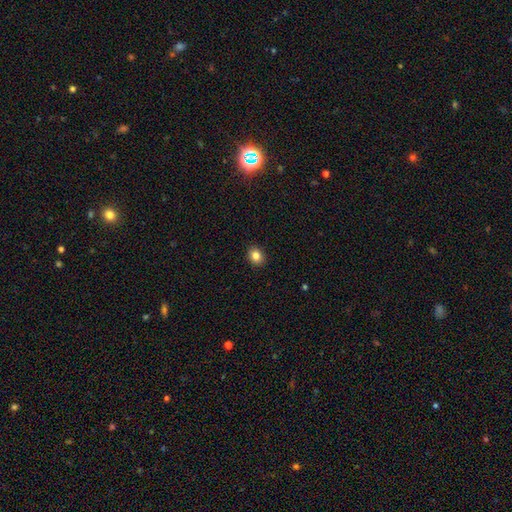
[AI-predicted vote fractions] Morphology: type=smooth (84%); roundness=round (58%); merging=none (91%).